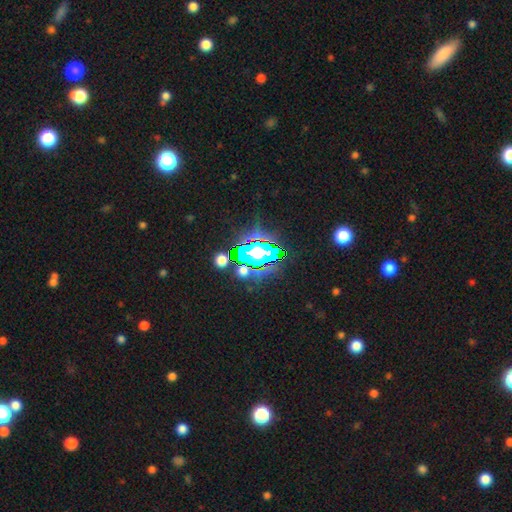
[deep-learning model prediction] Smooth or featured: star or artifact — 62% (smooth — 23%)